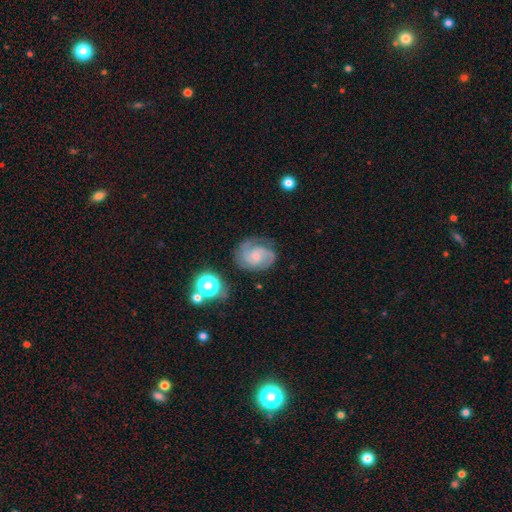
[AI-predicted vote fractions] This appears to be a featured or disk galaxy (82%) with no bar (64%), 2 (63%) medium (46%) spiral arms (97%) and a small central bulge (65%). Merging: none (70%).